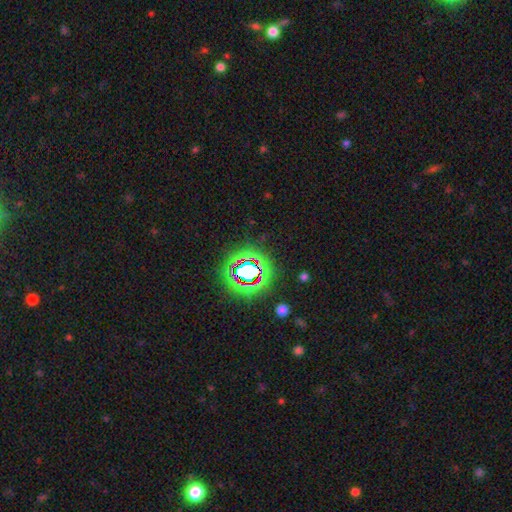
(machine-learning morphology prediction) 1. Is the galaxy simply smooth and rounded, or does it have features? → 74% star or artifact, 15% smooth, 11% featured or disk.